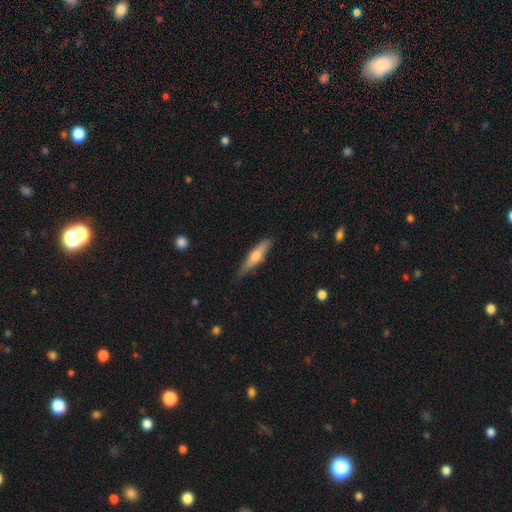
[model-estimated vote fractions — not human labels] Smooth or featured? Predicted: smooth (p=0.51). How rounded? Predicted: cigar-shaped (p=0.82). Merging? Predicted: none (p=0.78).